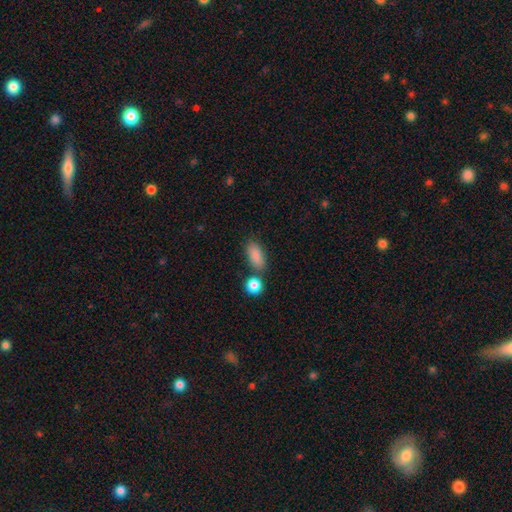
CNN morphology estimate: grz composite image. It shows a smooth galaxy with no disk features (87%) that is in between round and cigar-shaped (85%). Merging: none (72%).